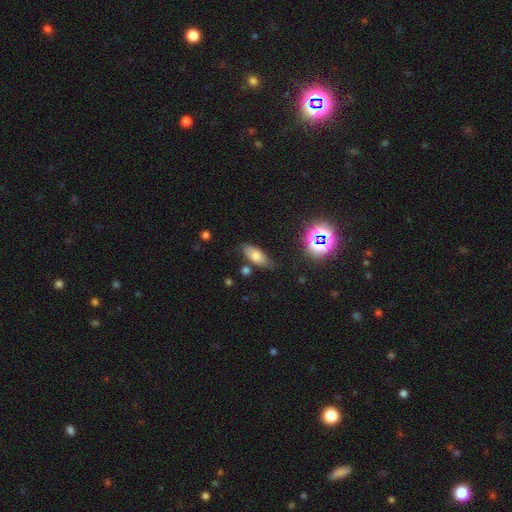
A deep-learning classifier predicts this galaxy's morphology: The model was most divided on "smooth or featured": smooth: 69%, featured or disk: 17%, star or artifact: 13%. More confident: how rounded — in between (82%); merging — none (71%).